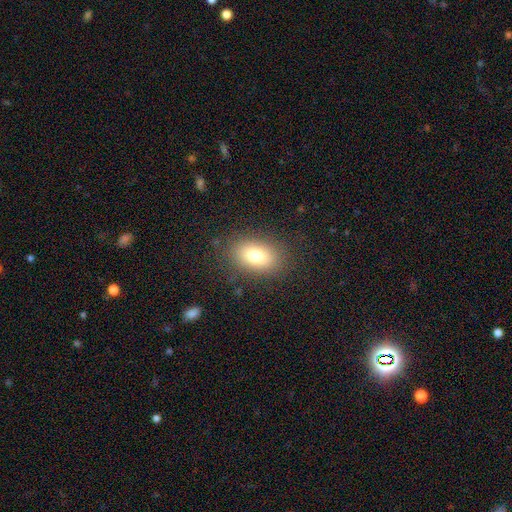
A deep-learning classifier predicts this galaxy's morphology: Smooth or featured?
  - smooth: 77% *
  - featured or disk: 12%
  - star or artifact: 11%
How rounded?
  - in between: 82% *
  - round: 16%
  - cigar-shaped: 2%
Merging?
  - none: 84% *
  - minor disturbance: 11%
  - major disturbance: 5%
  - merger: 1%